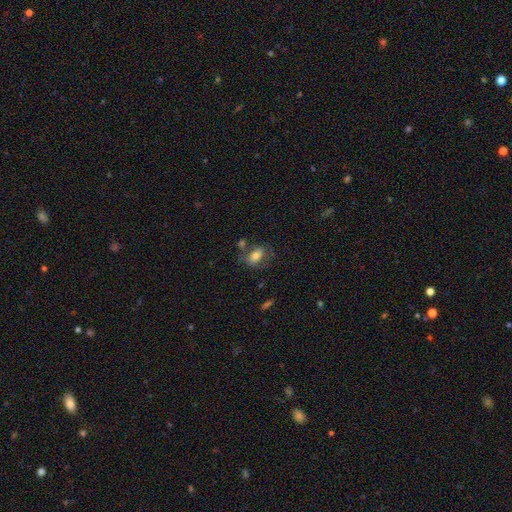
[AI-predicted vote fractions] smooth-or-featured: smooth: 71% | featured or disk: 21% | star or artifact: 8%
  how-rounded: in between: 87% | round: 10% | cigar-shaped: 3%
  merging: none: 56% | minor disturbance: 20% | merger: 12% | major disturbance: 12%